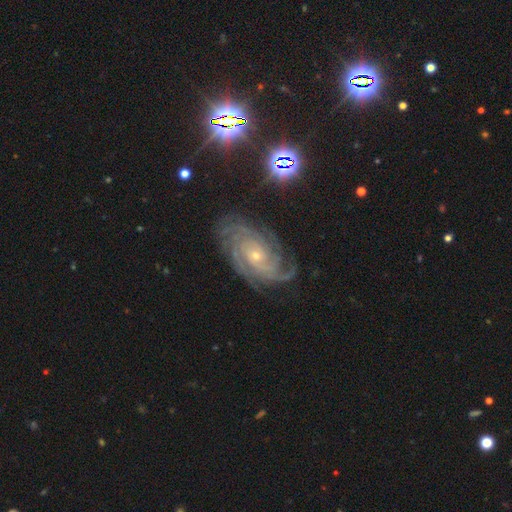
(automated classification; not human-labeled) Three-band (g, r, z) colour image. It shows a featured or disk galaxy (89%) with no bar (74%), 4 (26%) tight (73%) spiral arms (98%) and a small central bulge (77%). Merging: none (75%).